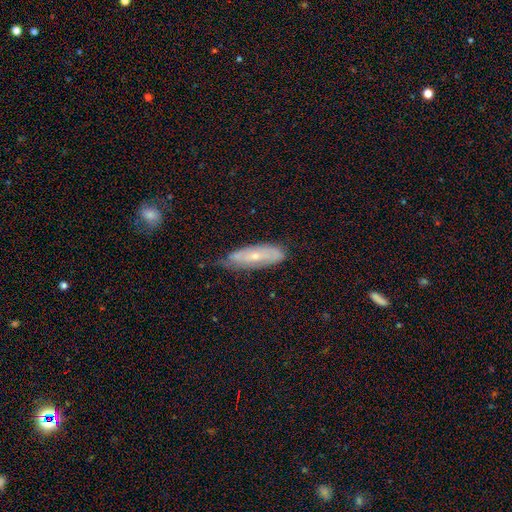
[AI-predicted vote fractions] This appears to be a featured or disk galaxy (49%). Merging: none (57%).